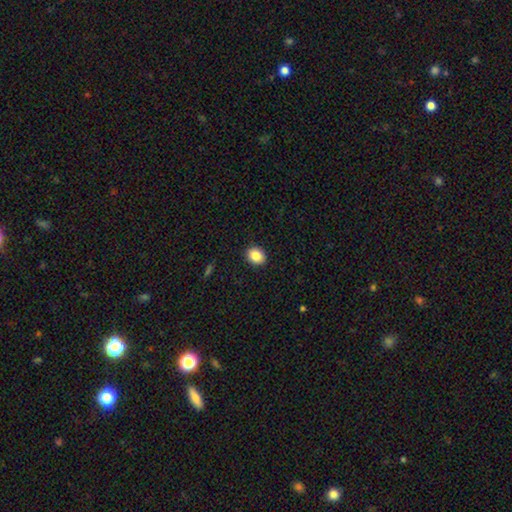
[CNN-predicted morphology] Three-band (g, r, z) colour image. It shows a smooth galaxy with no disk features (85%) that is round (54%). Merging: none (91%).